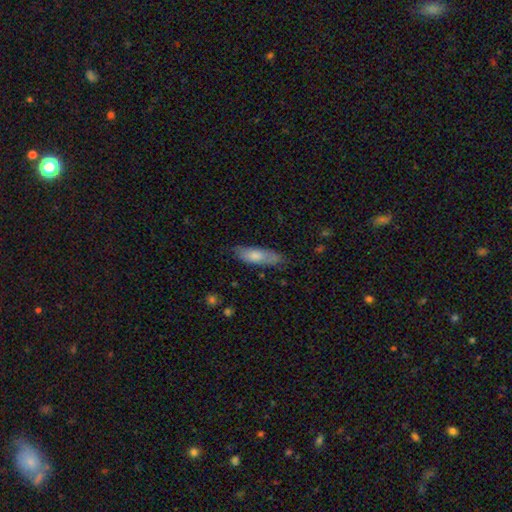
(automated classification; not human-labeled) The model was most divided on "how rounded": in between: 54%, cigar-shaped: 44%, round: 2%. More confident: smooth or featured — smooth (74%); merging — none (70%).